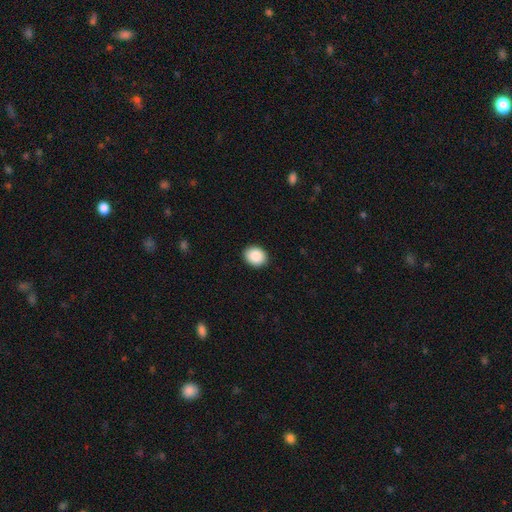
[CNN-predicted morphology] smooth_or_featured: smooth (p=0.89) [alt: star or artifact p=0.08]
how_rounded: round (p=0.63) [alt: in between p=0.36]
merging: none (p=0.91) [alt: minor disturbance p=0.07]